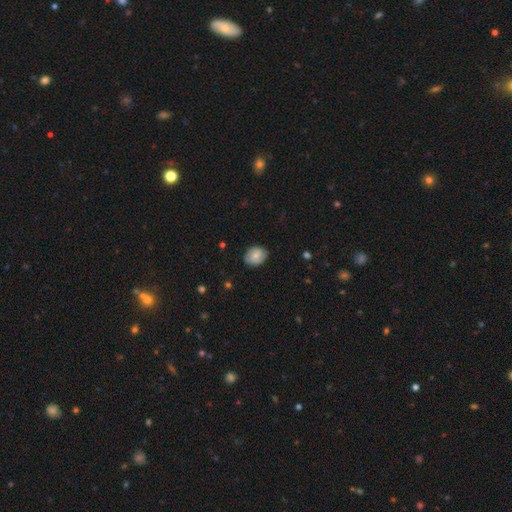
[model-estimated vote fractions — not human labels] This is likely a smooth galaxy (70%). How rounded: possibly round (51%). Merging: likely none (79%).